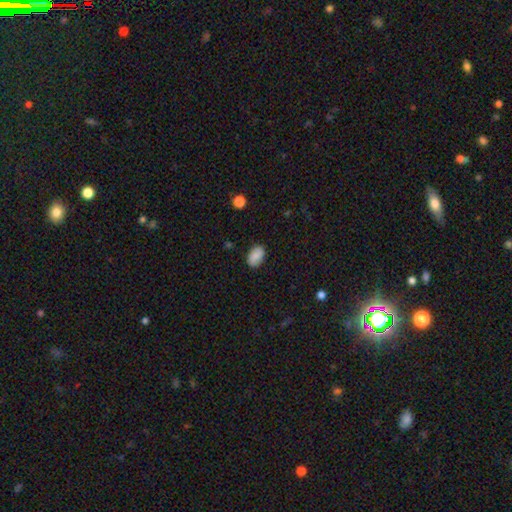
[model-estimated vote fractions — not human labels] This is clearly a smooth galaxy (84%). How rounded: clearly in between (90%). Merging: clearly none (83%).